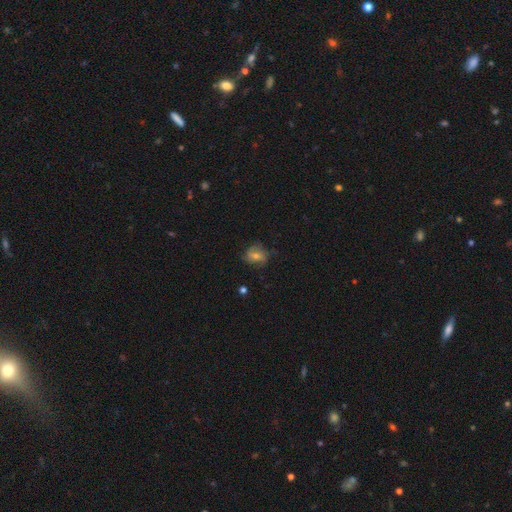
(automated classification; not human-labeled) A featured or disk galaxy (43%). Merging: none (66%).